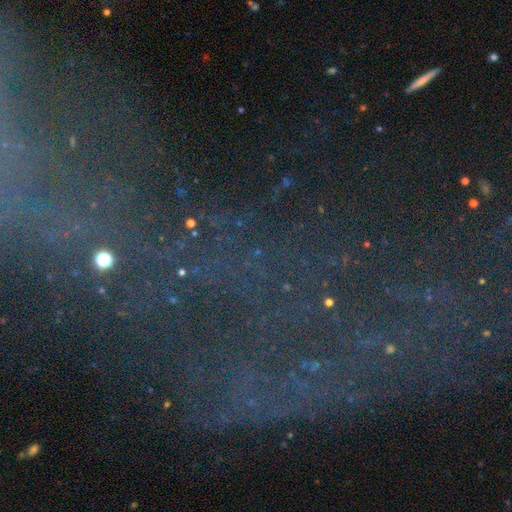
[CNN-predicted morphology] Smooth or featured: star or artifact — 75% (featured or disk — 14%)